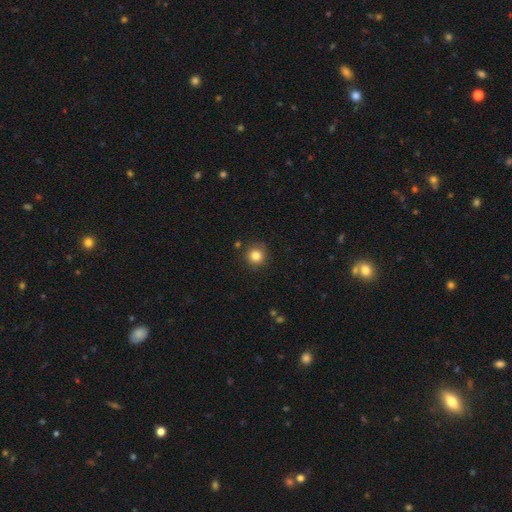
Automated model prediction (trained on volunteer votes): This is clearly a smooth galaxy (83%). How rounded: clearly round (93%). Merging: clearly none (87%).